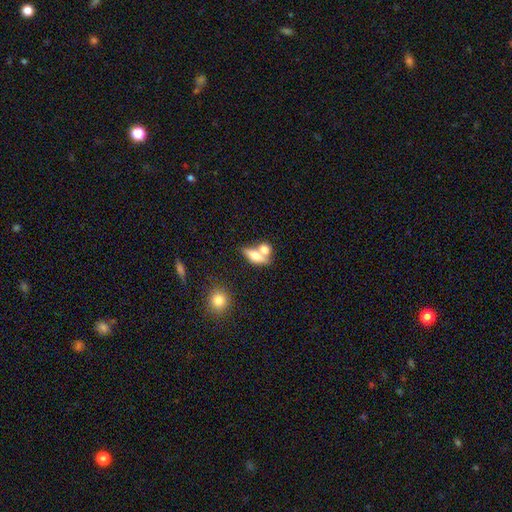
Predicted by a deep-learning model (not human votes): Morphology: type=smooth (65%); roundness=in between (68%); merging=merger (51%).